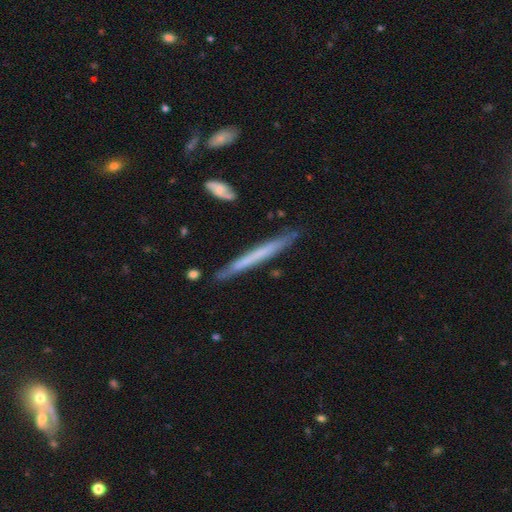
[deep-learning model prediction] A smooth galaxy with no disk features (49%).

Vote fractions:
- Smooth or featured? smooth: 49% / featured or disk: 44% / star or artifact: 6%
- Merging? none: 86% / minor disturbance: 11% / merger: 2% / major disturbance: 2%